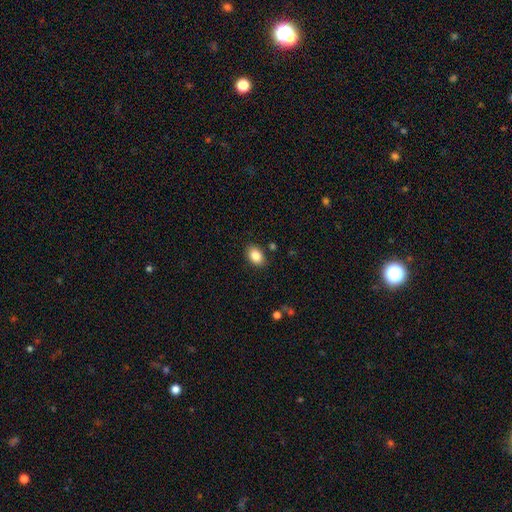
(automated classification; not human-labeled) Overall: smooth (86%). How rounded: in between (81%). Merging: none (86%).